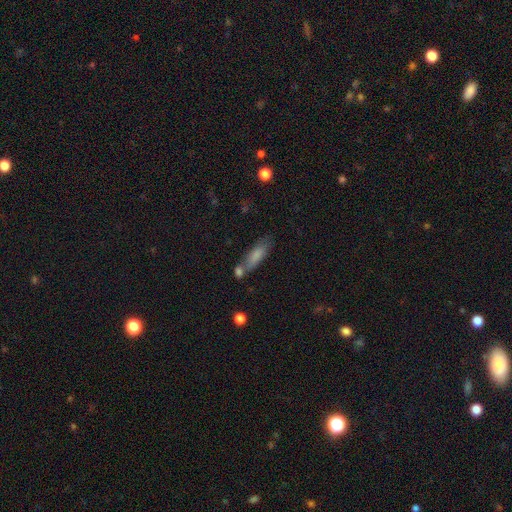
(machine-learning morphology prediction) The model was most divided on "how rounded": cigar-shaped: 54%, in between: 43%, round: 2%. More confident: smooth or featured — smooth (77%); merging — none (56%).